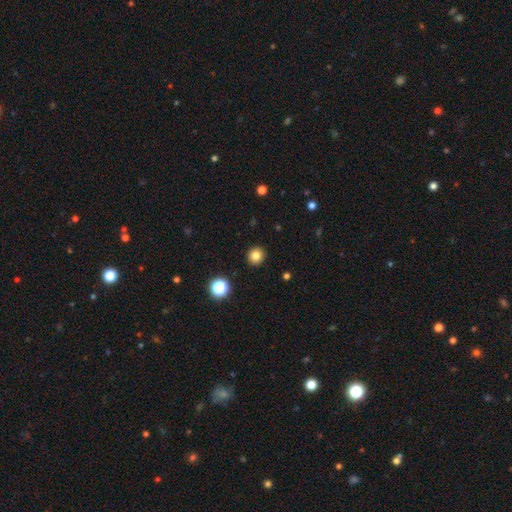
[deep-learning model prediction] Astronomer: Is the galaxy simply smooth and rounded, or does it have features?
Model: smooth — 82%.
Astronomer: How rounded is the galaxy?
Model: round — 88%.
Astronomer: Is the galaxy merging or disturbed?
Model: none — 92%.